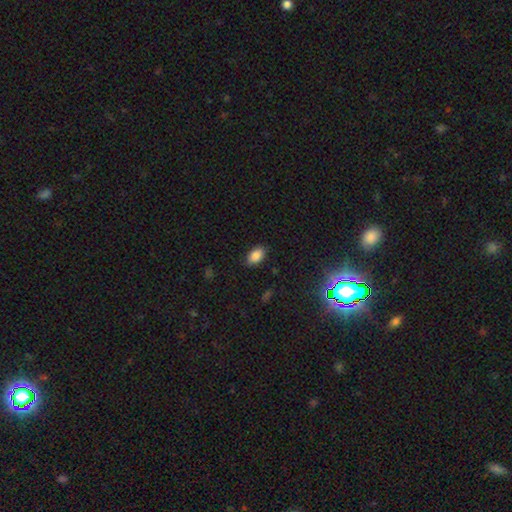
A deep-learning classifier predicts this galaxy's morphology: The model was most divided on "merging": none: 86%, minor disturbance: 10%, major disturbance: 3%, merger: 1%. More confident: how rounded — in between (91%); smooth or featured — smooth (85%).